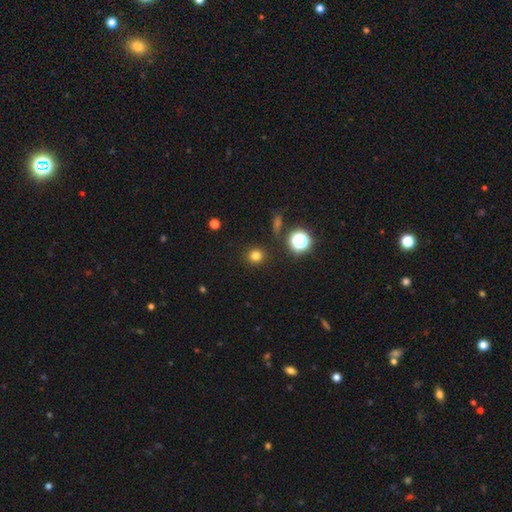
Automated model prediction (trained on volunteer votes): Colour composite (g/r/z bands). It shows a smooth galaxy with no disk features (77%) that is round (92%). Merging: none (90%).